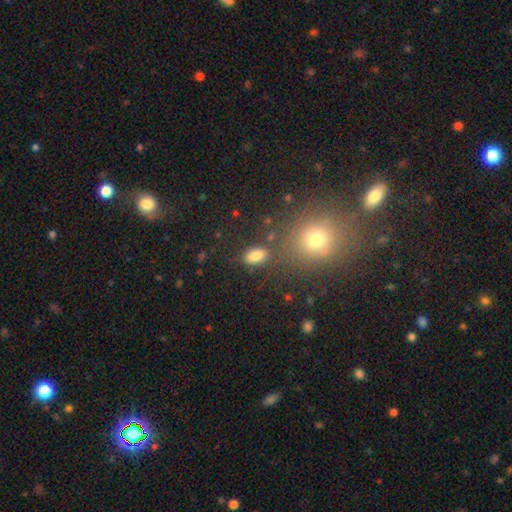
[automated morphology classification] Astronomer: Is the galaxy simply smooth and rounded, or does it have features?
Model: smooth — 82%.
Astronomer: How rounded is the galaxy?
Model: in between — 89%.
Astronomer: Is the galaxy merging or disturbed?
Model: none — 80%.